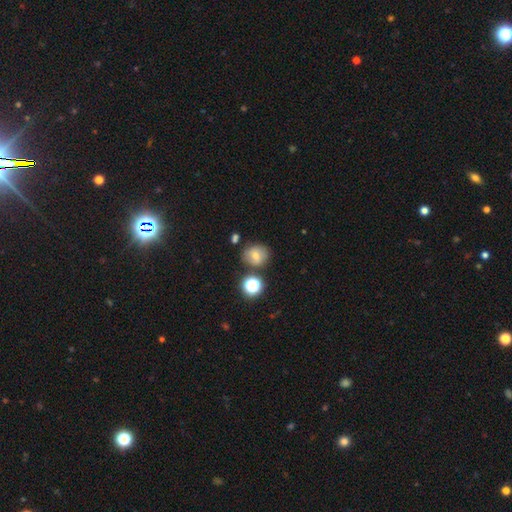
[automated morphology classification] Smooth or featured? smooth (52%)
How rounded? round (78%)
Merging? none (77%)